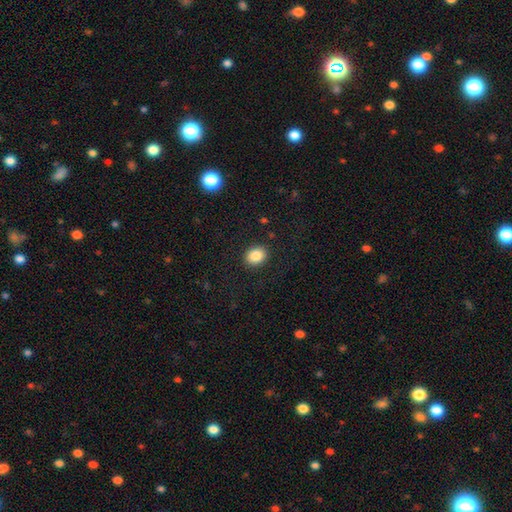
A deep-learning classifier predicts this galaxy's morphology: Smooth or featured? smooth (86%)
How rounded? in between (56%)
Merging? none (89%)